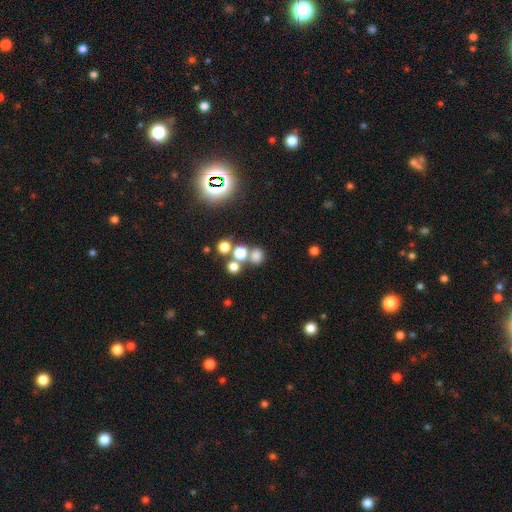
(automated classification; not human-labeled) Q: Smooth or featured?
A: smooth (71%); runner-up: star or artifact (21%)
Q: How rounded?
A: round (81%); runner-up: in between (18%)
Q: Merging?
A: none (59%); runner-up: merger (28%)